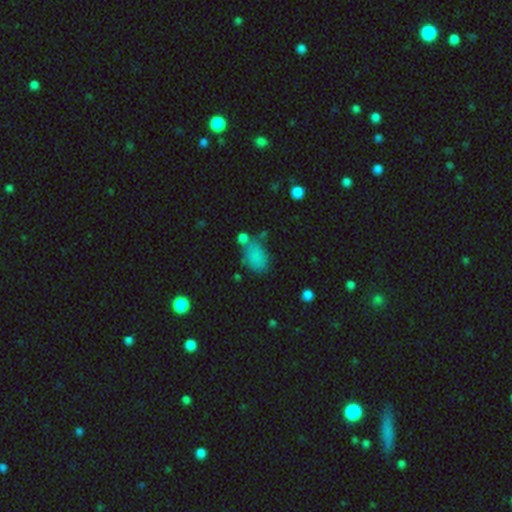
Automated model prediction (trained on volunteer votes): smooth_or_featured: smooth (p=0.80) [alt: star or artifact p=0.12]
how_rounded: in between (p=0.82) [alt: round p=0.16]
merging: none (p=0.52) [alt: minor disturbance p=0.22]